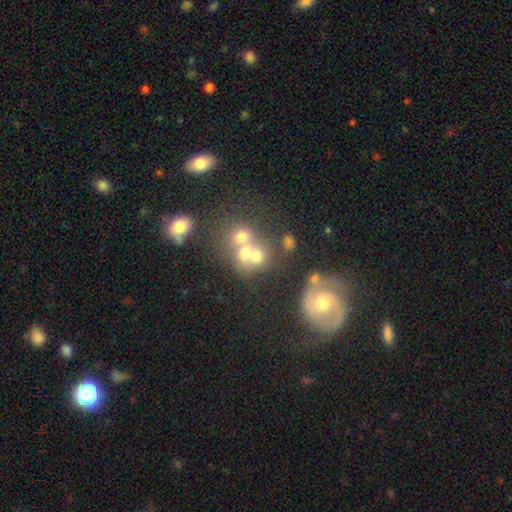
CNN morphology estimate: Smooth or featured? Predicted: smooth (p=0.58). How rounded? Predicted: round (p=0.69). Merging? Predicted: merger (p=0.51).